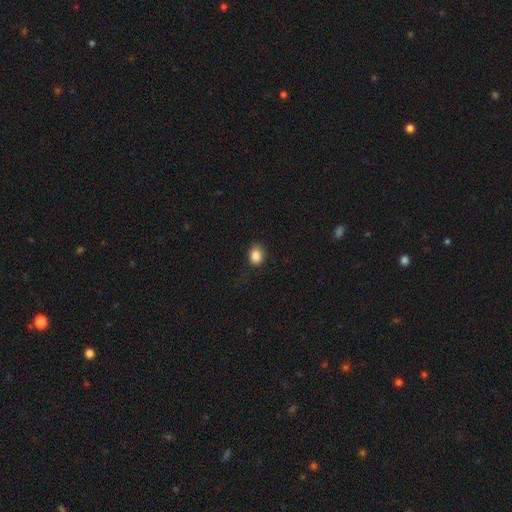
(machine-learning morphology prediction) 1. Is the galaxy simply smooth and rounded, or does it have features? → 86% smooth, 10% star or artifact, 4% featured or disk.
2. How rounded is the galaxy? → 50% in between, 49% round, 1% cigar-shaped.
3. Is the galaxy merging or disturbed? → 78% none, 17% minor disturbance, 4% major disturbance, 1% merger.